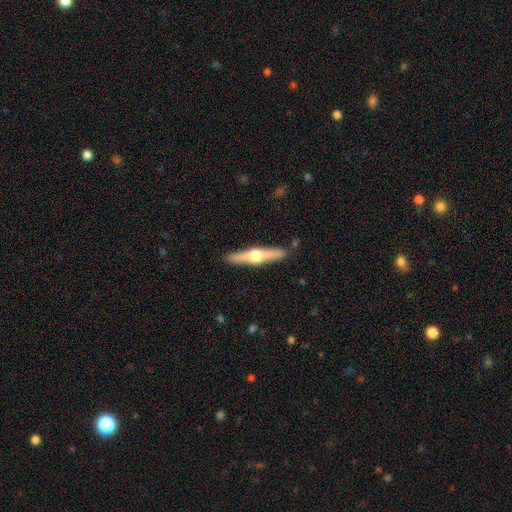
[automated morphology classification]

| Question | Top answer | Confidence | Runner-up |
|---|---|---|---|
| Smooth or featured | featured or disk | 69% | smooth (26%) |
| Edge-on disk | yes | 97% | no (3%) |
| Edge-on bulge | rounded | 95% | boxy (3%) |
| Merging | none | 89% | minor disturbance (8%) |